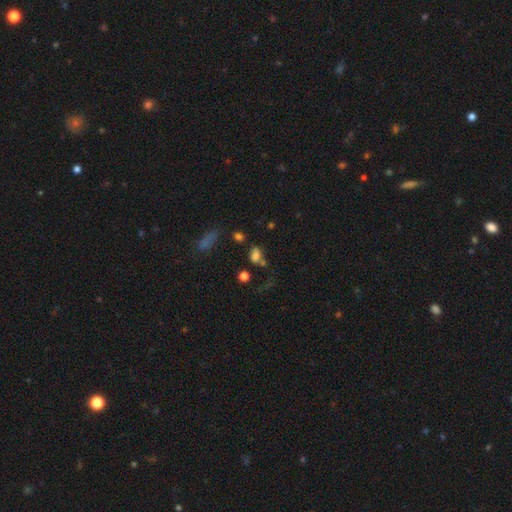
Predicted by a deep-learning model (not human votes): Smooth or featured: smooth — 75% (star or artifact — 17%)
How rounded: in between — 76% (round — 21%)
Merging: none — 49% (merger — 23%)